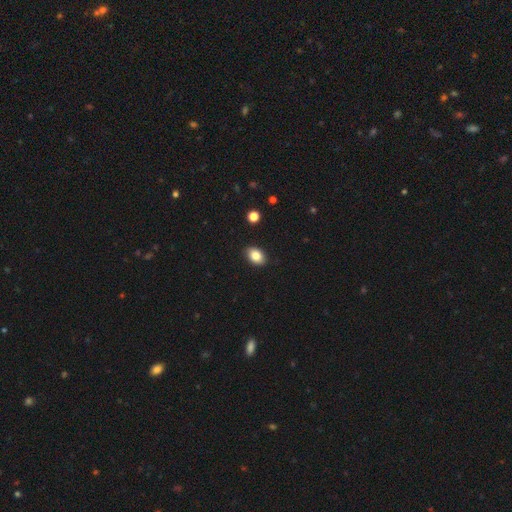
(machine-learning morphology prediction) The model was most divided on "how rounded": in between: 81%, round: 18%, cigar-shaped: 1%. More confident: merging — none (89%); smooth or featured — smooth (84%).